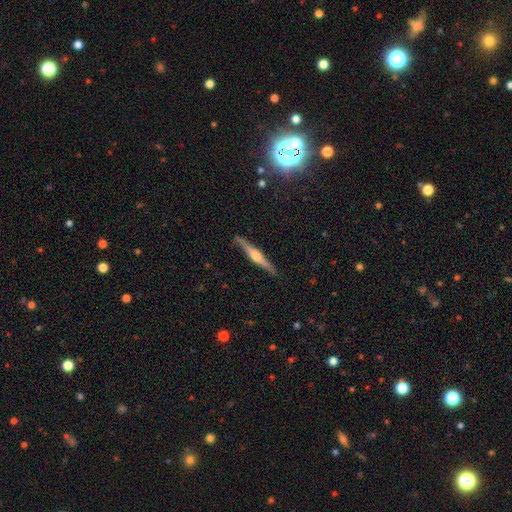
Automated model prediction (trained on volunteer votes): A featured or disk galaxy (77%) viewed edge-on (98%) with a rounded central bulge (83%).

Vote fractions:
- Smooth or featured? featured or disk: 77% / smooth: 17% / star or artifact: 6%
- Edge-on disk? yes: 98% / no: 2%
- Edge-on bulge? rounded: 83% / boxy: 12% / none: 5%
- Merging? none: 90% / minor disturbance: 7% / major disturbance: 2% / merger: 1%